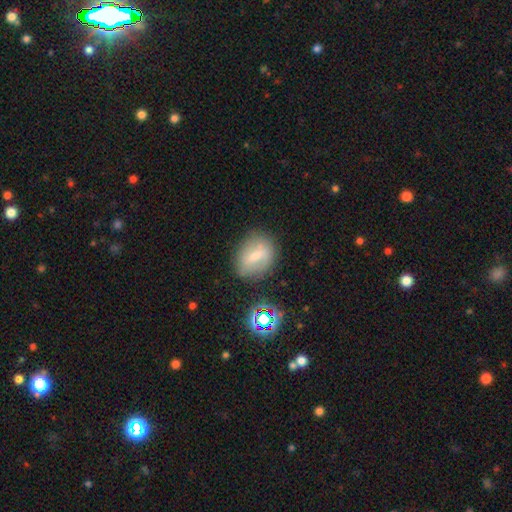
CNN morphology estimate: smooth-or-featured: smooth: 53% | featured or disk: 34% | star or artifact: 13%
  how-rounded: in between: 63% | round: 35% | cigar-shaped: 3%
  merging: none: 74% | minor disturbance: 18% | major disturbance: 5% | merger: 3%